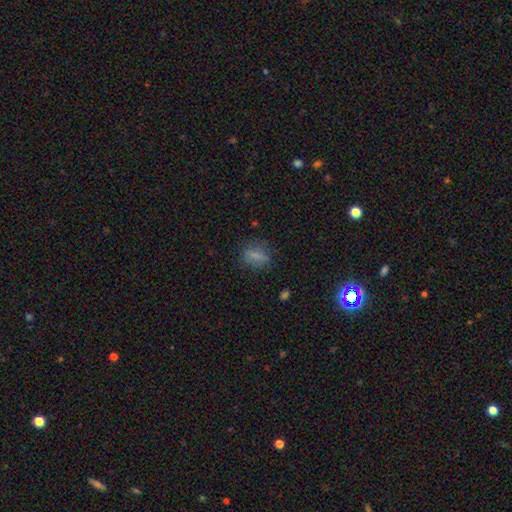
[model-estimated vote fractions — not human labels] A smooth galaxy with no disk features (74%) that is in between round and cigar-shaped (63%). Merging: none (77%).